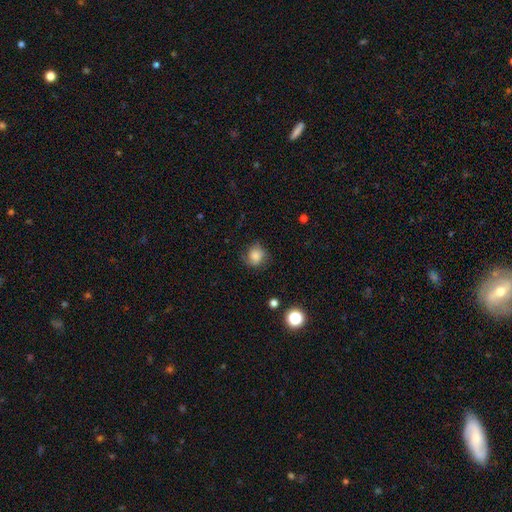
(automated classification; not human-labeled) A smooth galaxy with no disk features (71%) that is round (79%).

Vote fractions:
- Smooth or featured? smooth: 71% / featured or disk: 18% / star or artifact: 11%
- How rounded? round: 79% / in between: 20% / cigar-shaped: 1%
- Merging? none: 66% / minor disturbance: 23% / major disturbance: 9% / merger: 1%